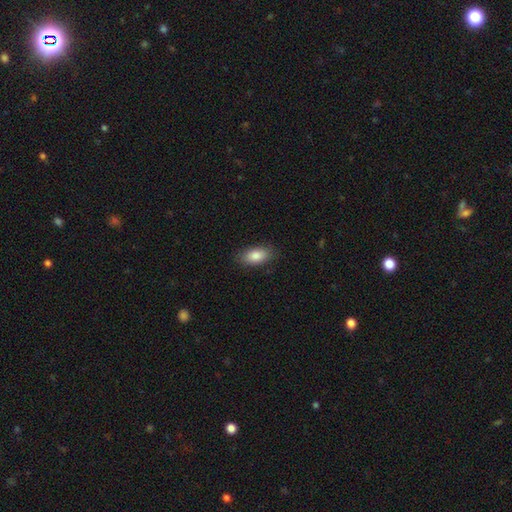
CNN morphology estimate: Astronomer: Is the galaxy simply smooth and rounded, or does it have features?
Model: smooth — 86%.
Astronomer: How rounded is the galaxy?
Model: in between — 91%.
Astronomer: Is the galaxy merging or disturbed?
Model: none — 86%.